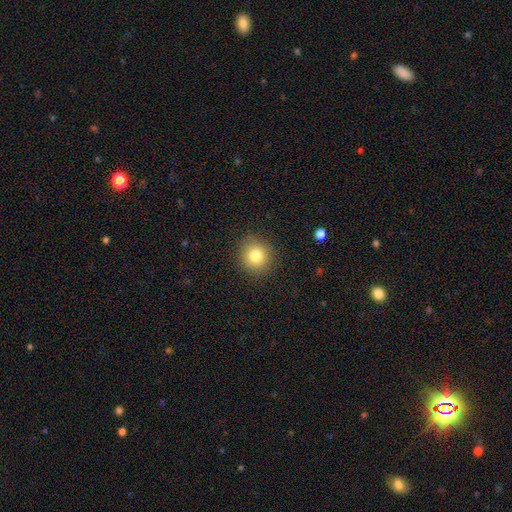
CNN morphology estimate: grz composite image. It shows a smooth galaxy with no disk features (80%) that is round (89%). Merging: none (88%).